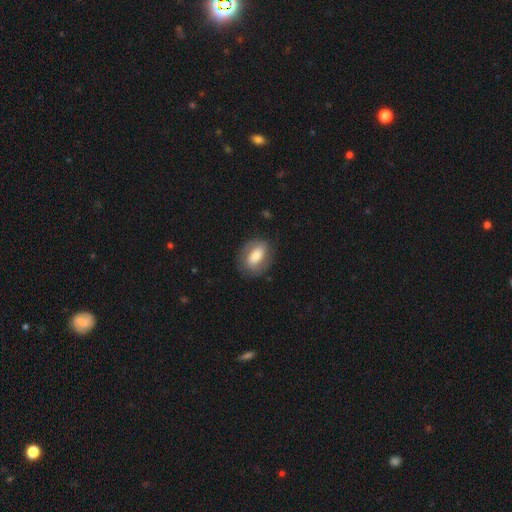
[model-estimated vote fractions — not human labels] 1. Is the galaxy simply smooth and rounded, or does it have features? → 59% smooth, 34% featured or disk, 7% star or artifact.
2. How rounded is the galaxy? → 82% in between, 15% round, 2% cigar-shaped.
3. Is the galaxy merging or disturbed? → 77% none, 15% minor disturbance, 6% major disturbance, 1% merger.